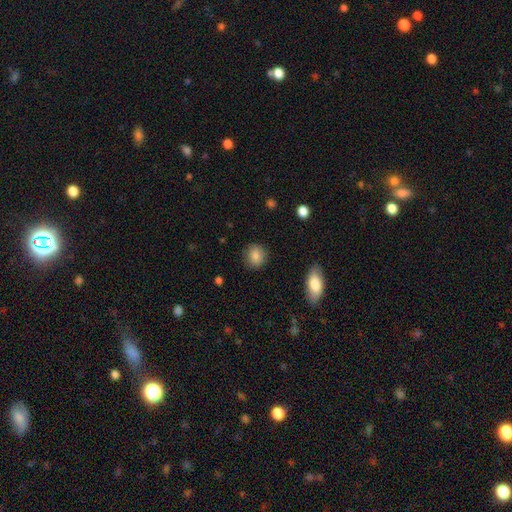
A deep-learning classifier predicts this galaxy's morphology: Smooth or featured? Predicted: smooth (p=0.85). How rounded? Predicted: round (p=0.83). Merging? Predicted: none (p=0.89).